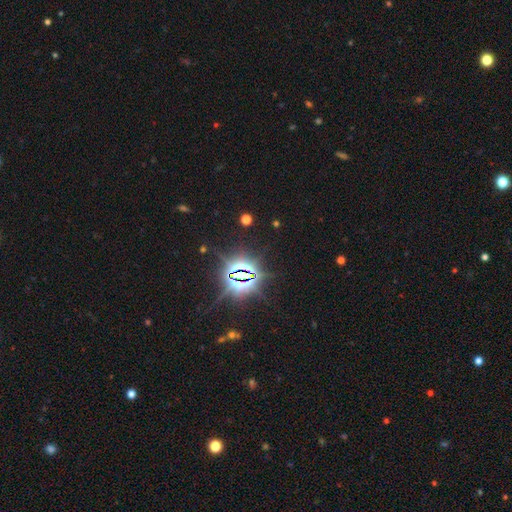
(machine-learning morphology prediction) A star or artifact, not a galaxy (85%).

Vote fractions:
- Smooth or featured? star or artifact: 85% / smooth: 9% / featured or disk: 6%